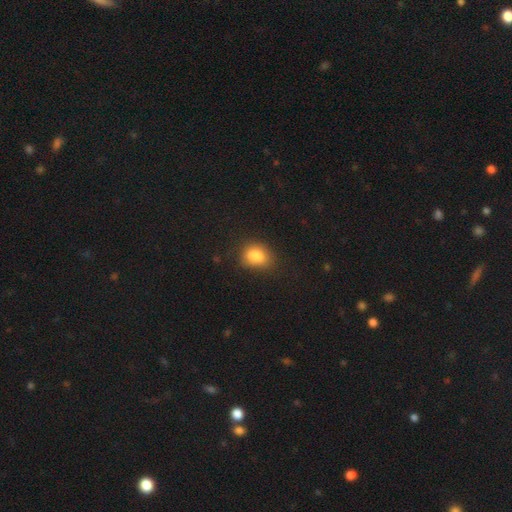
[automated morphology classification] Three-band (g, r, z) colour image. It shows a smooth galaxy with no disk features (80%) that is in between round and cigar-shaped (70%). Merging: none (58%).